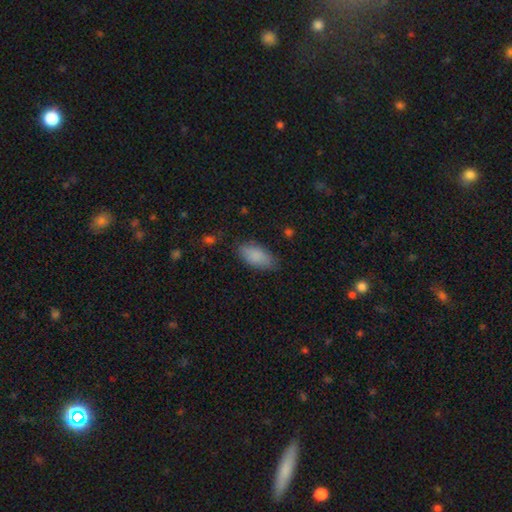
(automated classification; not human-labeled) This appears to be a smooth galaxy with no disk features (86%) that is in between round and cigar-shaped (90%). Merging: none (78%).